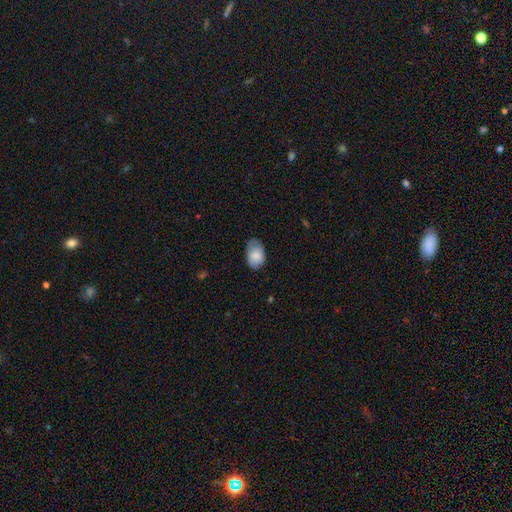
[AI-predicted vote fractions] smooth_or_featured: smooth (p=0.81) [alt: featured or disk p=0.12]
how_rounded: in between (p=0.89) [alt: round p=0.10]
merging: none (p=0.66) [alt: minor disturbance p=0.28]